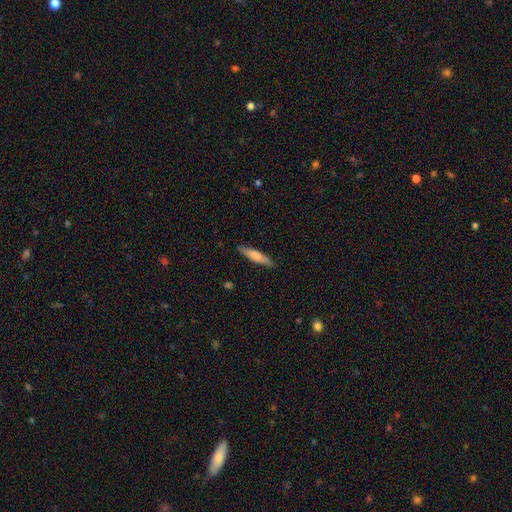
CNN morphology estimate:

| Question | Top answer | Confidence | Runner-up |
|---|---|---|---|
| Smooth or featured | smooth | 63% | featured or disk (31%) |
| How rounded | cigar-shaped | 87% | in between (11%) |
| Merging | none | 88% | minor disturbance (9%) |